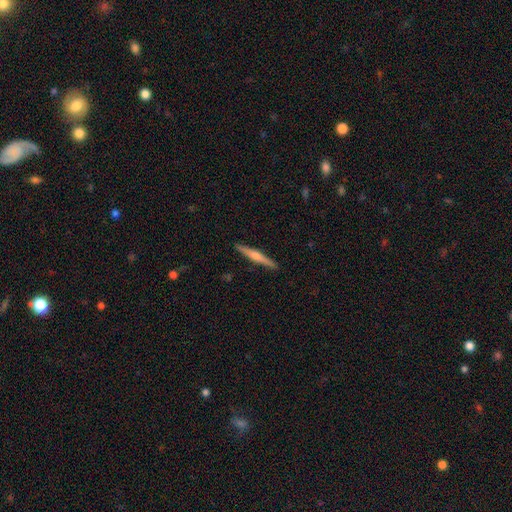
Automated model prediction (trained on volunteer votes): A featured or disk galaxy (63%) viewed edge-on (98%) with a rounded central bulge (82%).

Vote fractions:
- Smooth or featured? featured or disk: 63% / smooth: 31% / star or artifact: 6%
- Edge-on disk? yes: 98% / no: 2%
- Edge-on bulge? rounded: 82% / none: 10% / boxy: 8%
- Merging? none: 92% / minor disturbance: 6% / major disturbance: 1% / merger: 1%